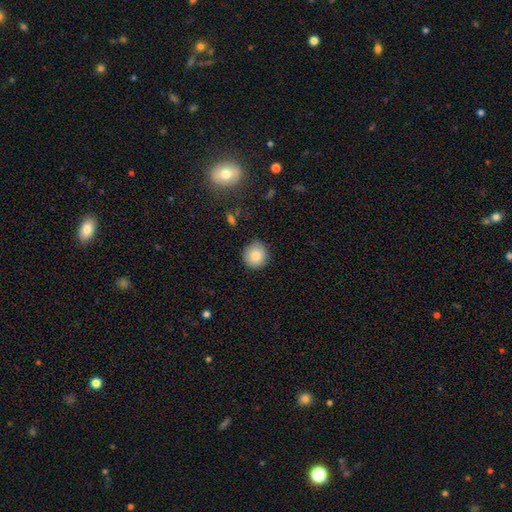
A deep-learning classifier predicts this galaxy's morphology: smooth-or-featured: smooth: 84% | star or artifact: 9% | featured or disk: 7%
  how-rounded: round: 91% | in between: 8% | cigar-shaped: 1%
  merging: none: 86% | minor disturbance: 10% | major disturbance: 2% | merger: 1%